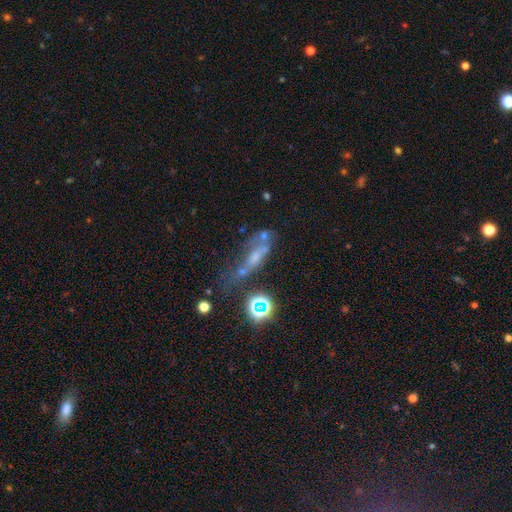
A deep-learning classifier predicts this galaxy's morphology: A featured or disk galaxy (41%). Merging: none (33%).